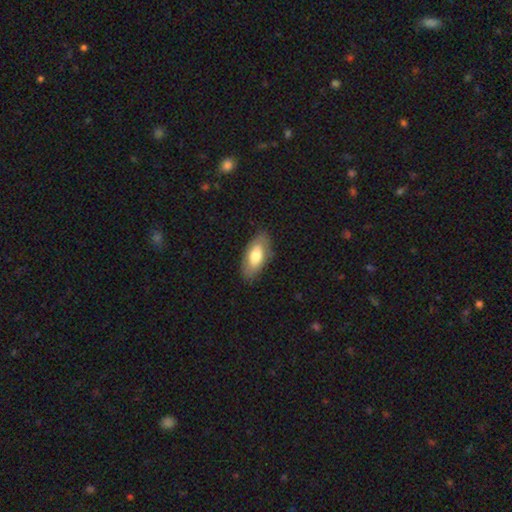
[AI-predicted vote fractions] Smooth or featured? smooth (69%)
How rounded? in between (90%)
Merging? none (81%)